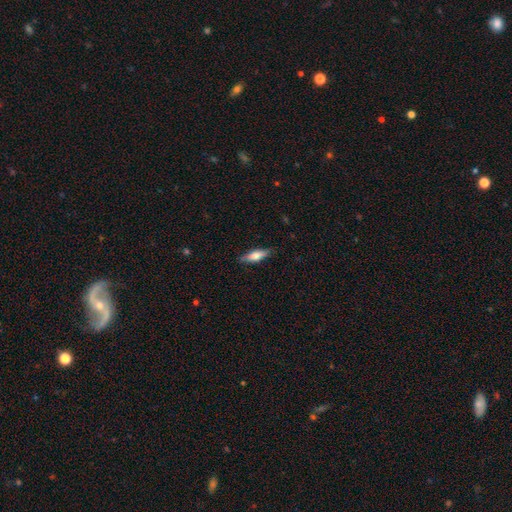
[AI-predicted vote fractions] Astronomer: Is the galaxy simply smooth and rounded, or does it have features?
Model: smooth — 63%.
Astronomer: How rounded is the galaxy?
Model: cigar-shaped — 54% (runner-up: in between, 44%).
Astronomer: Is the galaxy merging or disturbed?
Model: none — 82%.